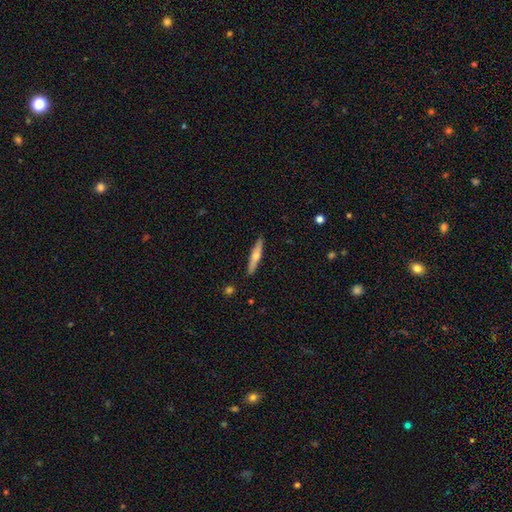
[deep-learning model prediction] featured or disk 48%, smooth 46%, star or artifact 6%. Down the decision tree: merging — none (91%).